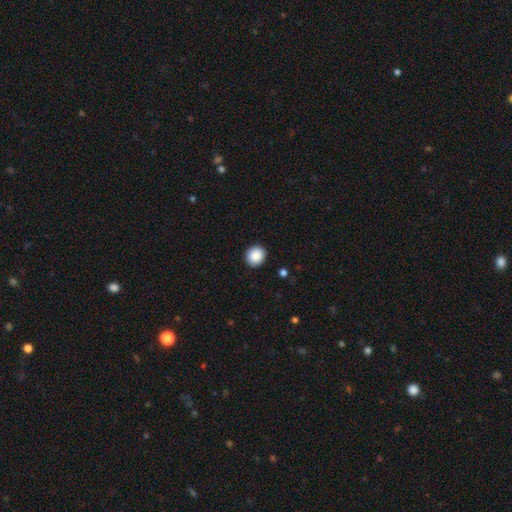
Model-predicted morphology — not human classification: type=smooth (88%); roundness=round (86%); merging=none (92%).